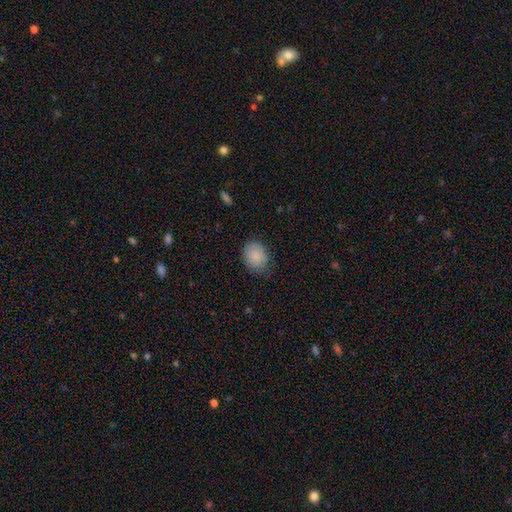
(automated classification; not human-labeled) Smooth or featured? smooth (86%)
How rounded? in between (52%)
Merging? none (72%)